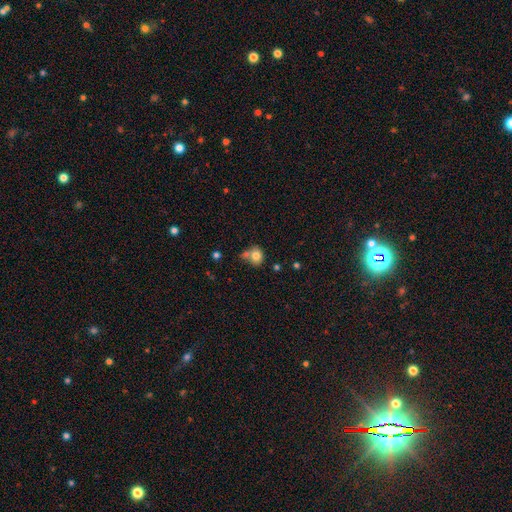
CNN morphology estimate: This is likely a smooth galaxy (78%). How rounded: likely round (74%). Merging: possibly none (46%).